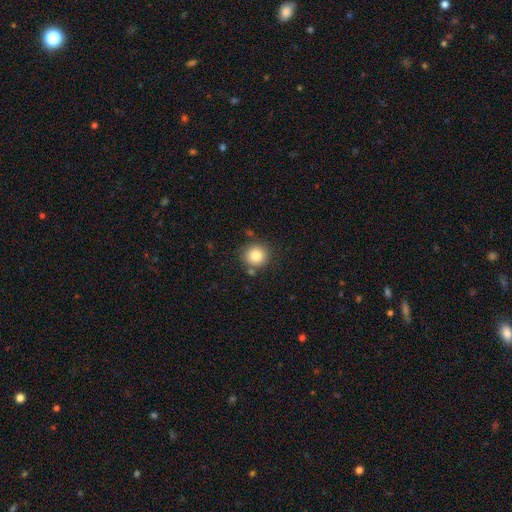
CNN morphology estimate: smooth 83%, star or artifact 10%, featured or disk 7%. Down the decision tree: how rounded — round (91%); merging — none (81%).